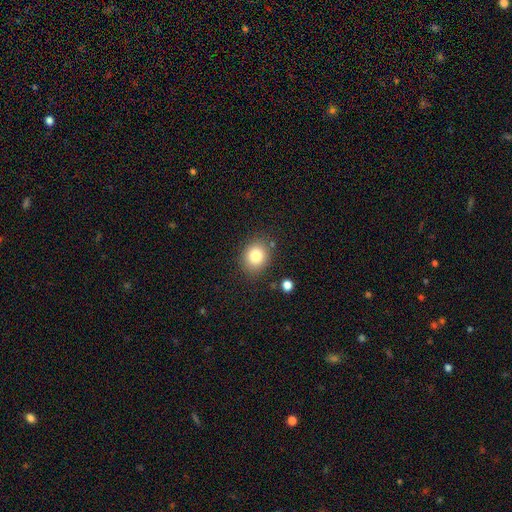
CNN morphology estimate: Q: Smooth or featured?
A: smooth (82%); runner-up: star or artifact (10%)
Q: How rounded?
A: round (68%); runner-up: in between (31%)
Q: Merging?
A: none (83%); runner-up: minor disturbance (11%)